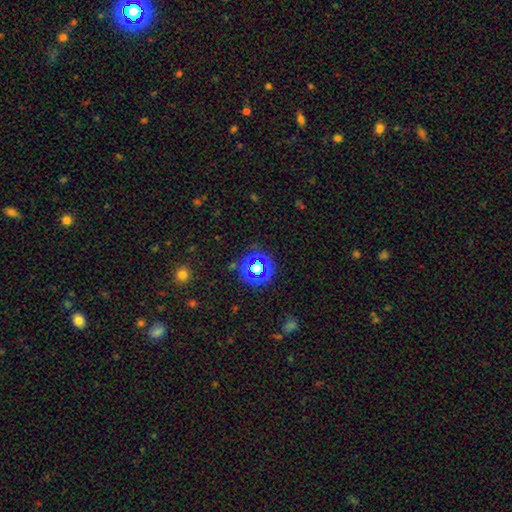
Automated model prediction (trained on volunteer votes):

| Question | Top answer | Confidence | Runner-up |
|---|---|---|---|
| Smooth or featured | smooth | 55% | star or artifact (39%) |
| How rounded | round | 87% | in between (11%) |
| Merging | none | 86% | minor disturbance (7%) |